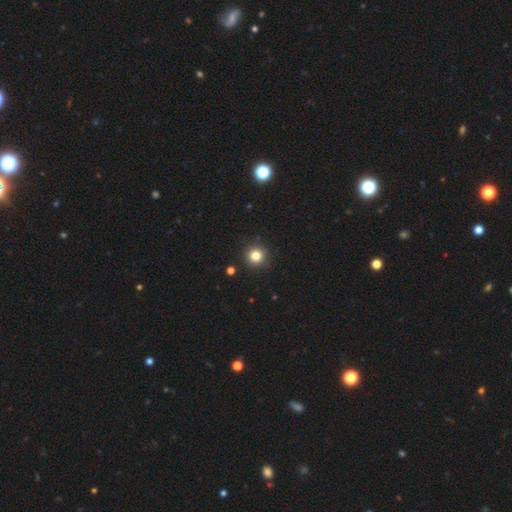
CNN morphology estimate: A smooth galaxy with no disk features (81%) that is round (94%).

Vote fractions:
- Smooth or featured? smooth: 81% / star or artifact: 14% / featured or disk: 5%
- How rounded? round: 94% / in between: 5% / cigar-shaped: 1%
- Merging? none: 91% / minor disturbance: 6% / major disturbance: 2% / merger: 2%